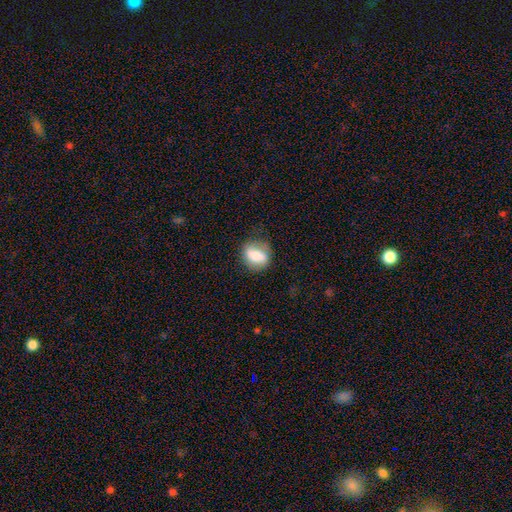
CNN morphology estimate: Overall: smooth (68%). How rounded: in between (50%; round 47%). Merging: none (73%).